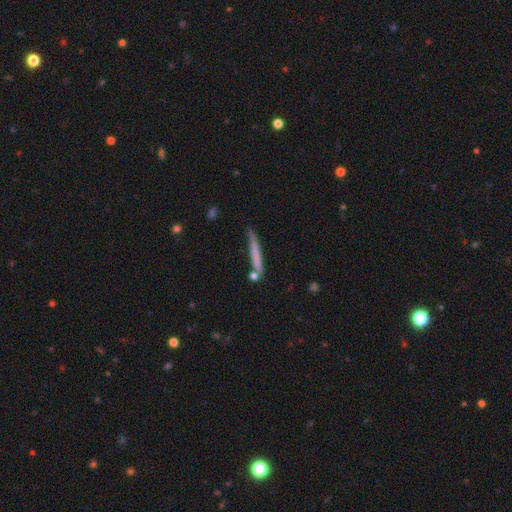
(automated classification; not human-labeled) Smooth or featured?
  - smooth: 62% *
  - featured or disk: 31%
  - star or artifact: 7%
How rounded?
  - cigar-shaped: 96% *
  - in between: 3%
  - round: 2%
Merging?
  - none: 74% *
  - minor disturbance: 16%
  - merger: 7%
  - major disturbance: 3%